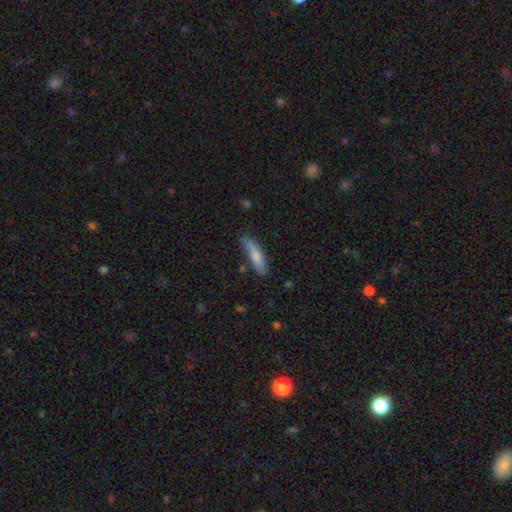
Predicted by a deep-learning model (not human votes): This appears to be a smooth galaxy with no disk features (73%) that is cigar-shaped (69%). Merging: none (61%).